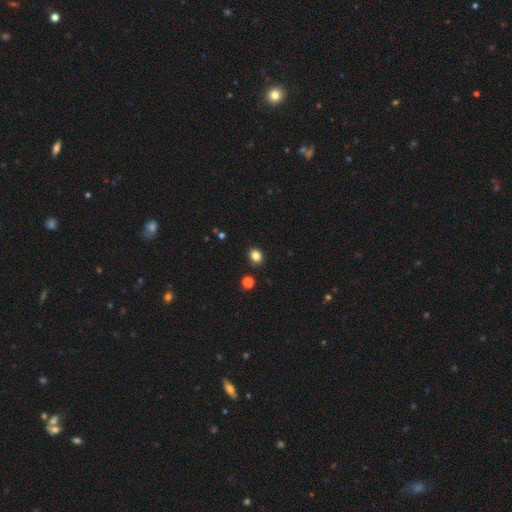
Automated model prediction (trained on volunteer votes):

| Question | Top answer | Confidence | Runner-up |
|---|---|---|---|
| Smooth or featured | smooth | 83% | star or artifact (13%) |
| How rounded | round | 60% | in between (39%) |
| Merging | none | 88% | minor disturbance (8%) |